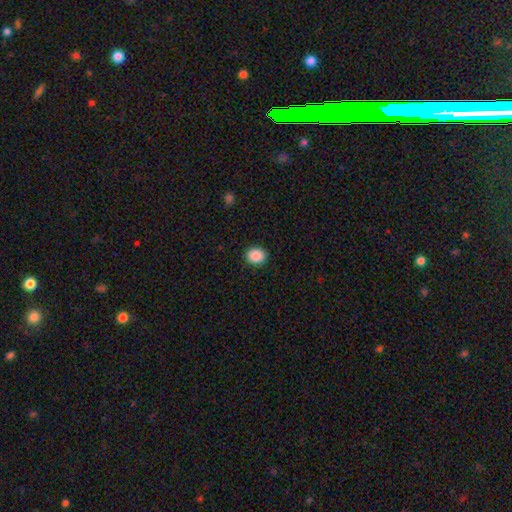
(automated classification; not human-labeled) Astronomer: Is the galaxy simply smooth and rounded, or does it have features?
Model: smooth — 89%.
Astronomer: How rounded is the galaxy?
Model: round — 62% (runner-up: in between, 38%).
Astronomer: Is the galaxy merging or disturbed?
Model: none — 90%.